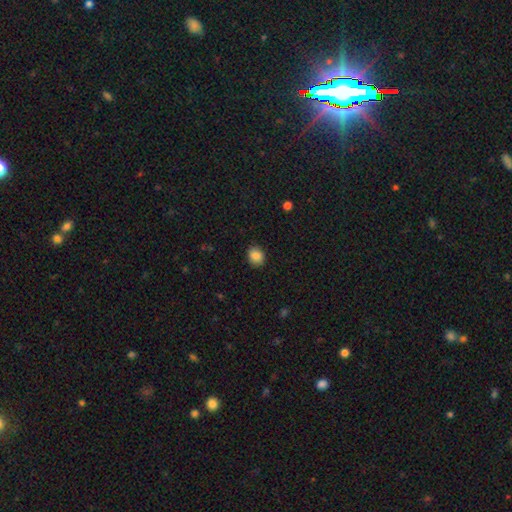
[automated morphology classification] Overall: smooth (86%). How rounded: round (70%). Merging: none (88%).